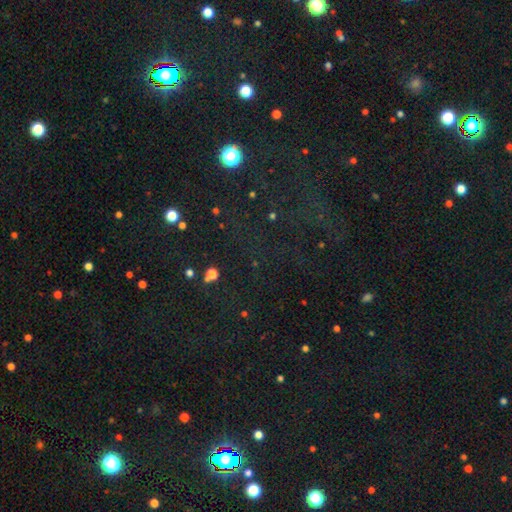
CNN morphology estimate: type=star or artifact (75%).